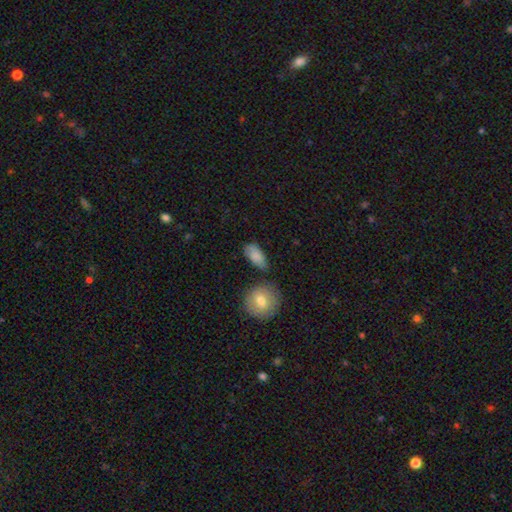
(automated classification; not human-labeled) smooth-or-featured: smooth: 79% | featured or disk: 14% | star or artifact: 7%
  how-rounded: in between: 88% | round: 7% | cigar-shaped: 6%
  merging: none: 63% | minor disturbance: 23% | merger: 8% | major disturbance: 6%